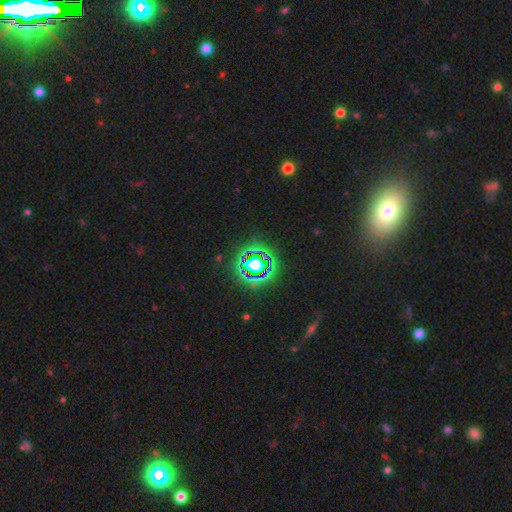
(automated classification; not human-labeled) Smooth or featured: star or artifact — 71% (smooth — 17%)